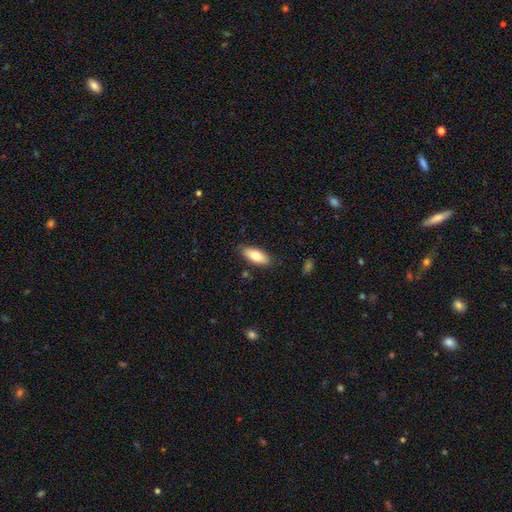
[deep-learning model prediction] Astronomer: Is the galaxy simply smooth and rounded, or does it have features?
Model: smooth — 78%.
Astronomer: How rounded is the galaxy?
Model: in between — 79%.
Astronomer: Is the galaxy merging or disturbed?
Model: none — 85%.